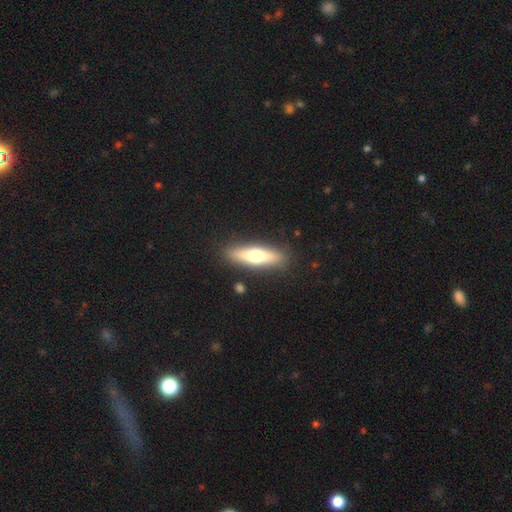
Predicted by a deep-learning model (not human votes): This appears to be a smooth galaxy with no disk features (51%) that is cigar-shaped (67%). Merging: none (87%).